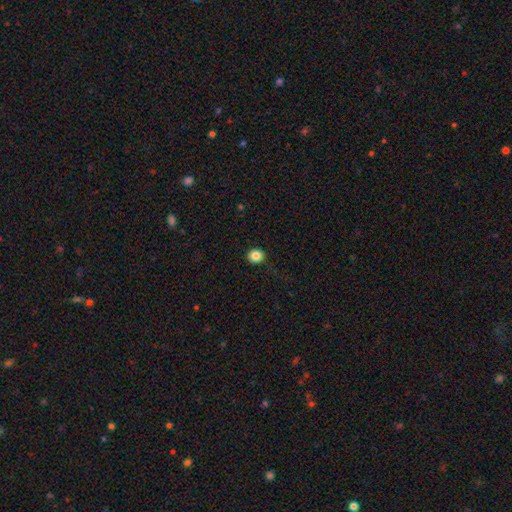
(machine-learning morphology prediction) A smooth galaxy with no disk features (85%) that is round (84%).

Vote fractions:
- Smooth or featured? smooth: 85% / star or artifact: 10% / featured or disk: 4%
- How rounded? round: 84% / in between: 15% / cigar-shaped: 1%
- Merging? none: 91% / minor disturbance: 6% / major disturbance: 2% / merger: 1%